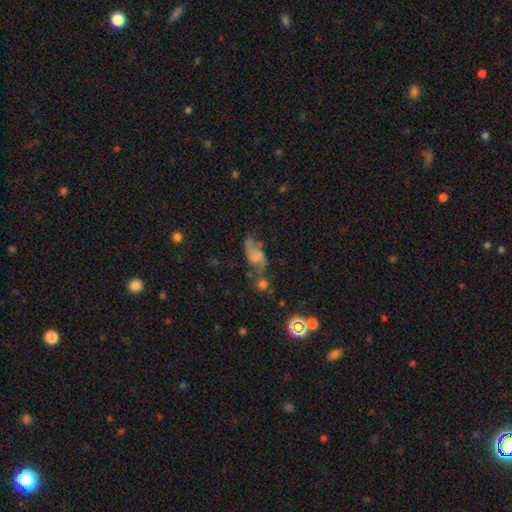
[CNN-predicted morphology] type=featured or disk (47%); merging=none (34%).